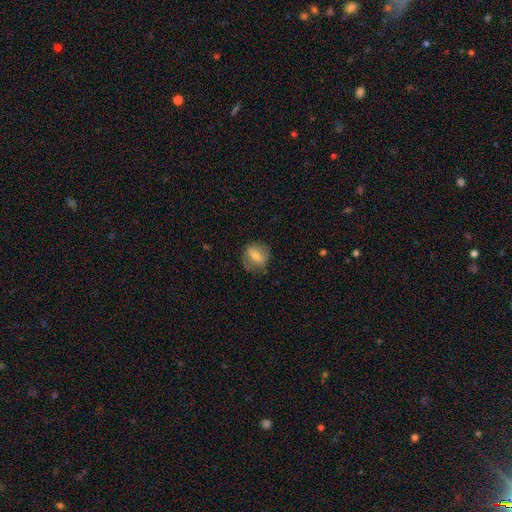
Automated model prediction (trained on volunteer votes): Smooth or featured? smooth (57%)
How rounded? round (67%)
Merging? none (74%)